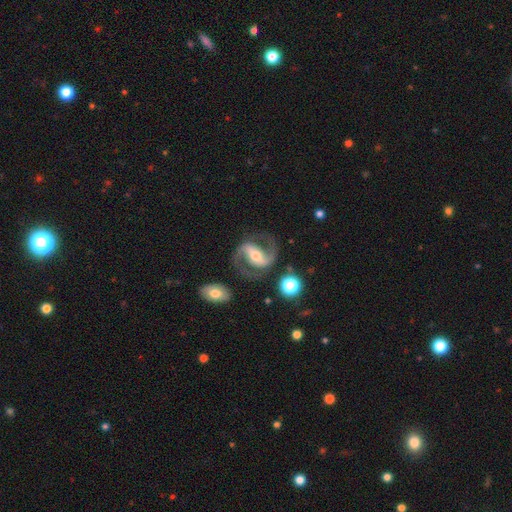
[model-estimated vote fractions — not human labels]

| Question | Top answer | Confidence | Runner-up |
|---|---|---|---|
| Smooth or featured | featured or disk | 90% | star or artifact (5%) |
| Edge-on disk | no | 97% | yes (3%) |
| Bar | strong | 57% | weak (29%) |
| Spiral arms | yes | 97% | no (3%) |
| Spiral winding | medium | 62% | loose (23%) |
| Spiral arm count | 2 | 94% | can't tell (2%) |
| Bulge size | moderate | 57% | small (33%) |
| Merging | none | 79% | minor disturbance (11%) |